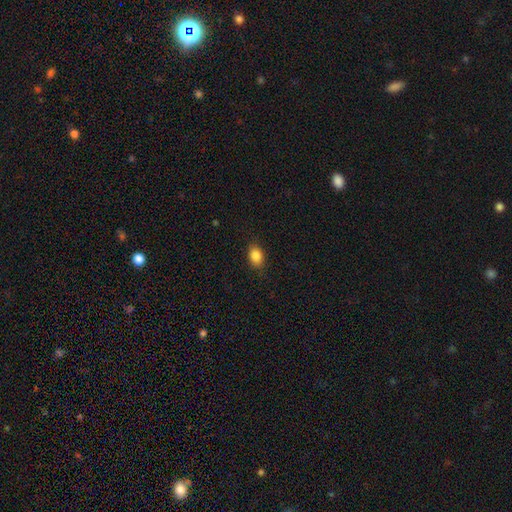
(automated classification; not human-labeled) Smooth or featured? Predicted: smooth (p=0.87). How rounded? Predicted: in between (p=0.79). Merging? Predicted: none (p=0.87).